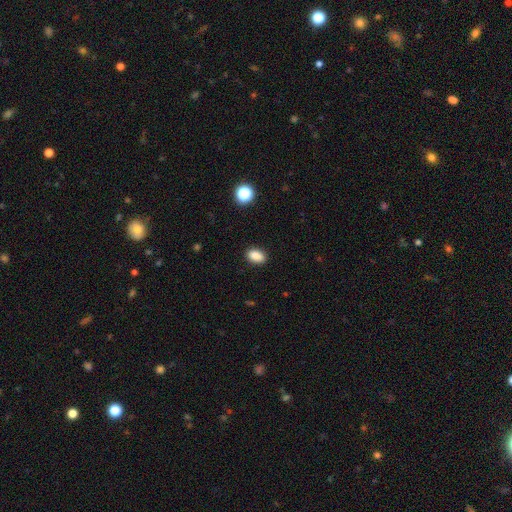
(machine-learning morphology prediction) Overall: smooth (87%). How rounded: in between (87%). Merging: none (88%).